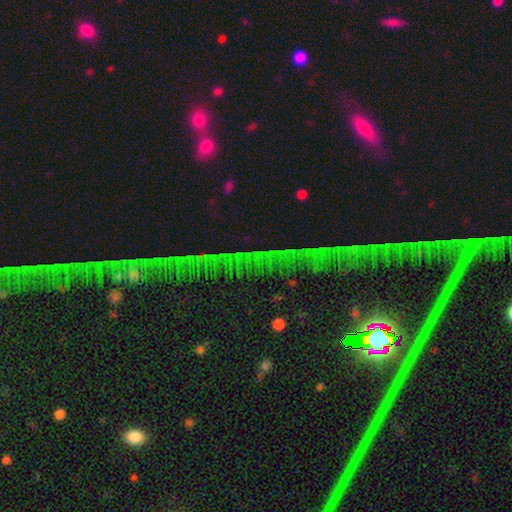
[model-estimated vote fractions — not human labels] Smooth or featured? Predicted: star or artifact (p=0.75).